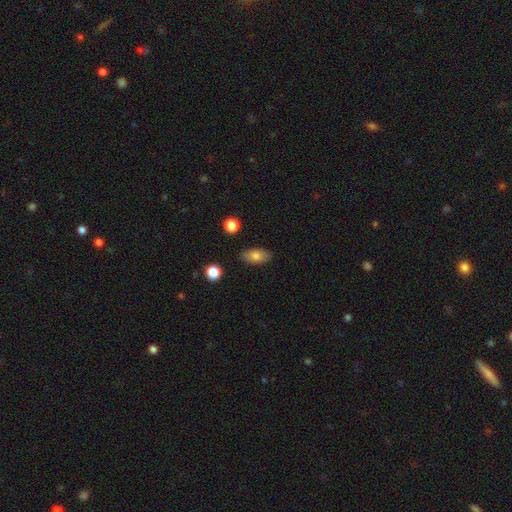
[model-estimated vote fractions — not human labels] smooth-or-featured: smooth: 79% | featured or disk: 13% | star or artifact: 8%
  how-rounded: in between: 89% | round: 6% | cigar-shaped: 5%
  merging: none: 85% | minor disturbance: 11% | major disturbance: 2% | merger: 2%